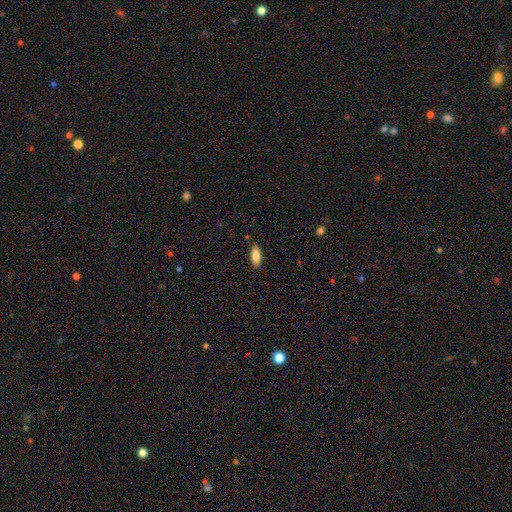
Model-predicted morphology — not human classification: Overall: smooth (87%). How rounded: in between (75%). Merging: none (86%).